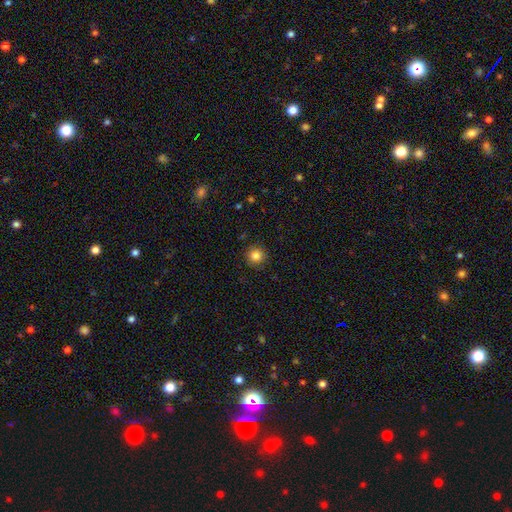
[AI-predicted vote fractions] This is clearly a smooth galaxy (83%). How rounded: clearly round (95%). Merging: clearly none (90%).